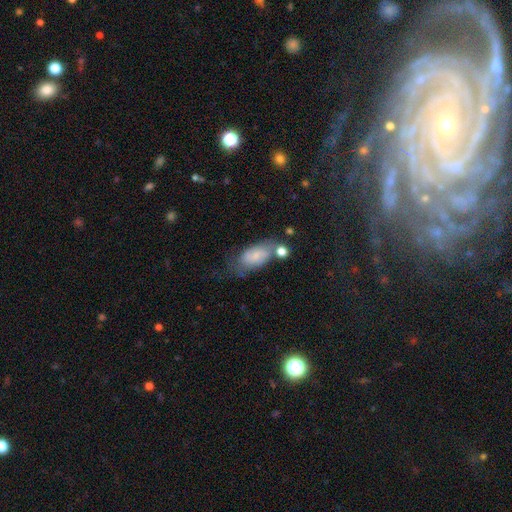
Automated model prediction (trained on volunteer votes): Morphology: type=smooth (51%); roundness=in between (87%); merging=none (45%).